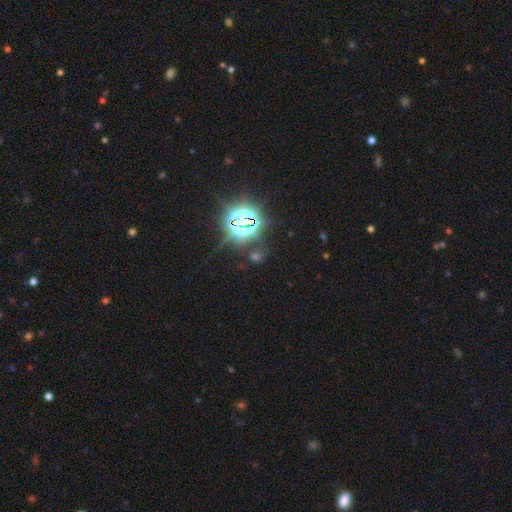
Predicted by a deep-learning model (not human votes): smooth_or_featured: star or artifact (p=0.76) [alt: smooth p=0.15]